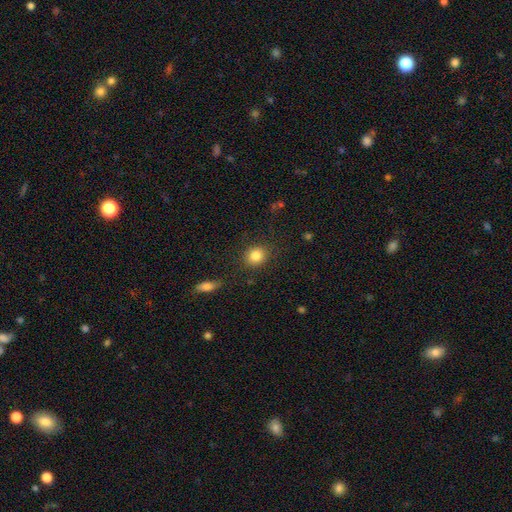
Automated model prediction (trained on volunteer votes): This is clearly a smooth galaxy (84%). How rounded: likely round (79%). Merging: clearly none (85%).